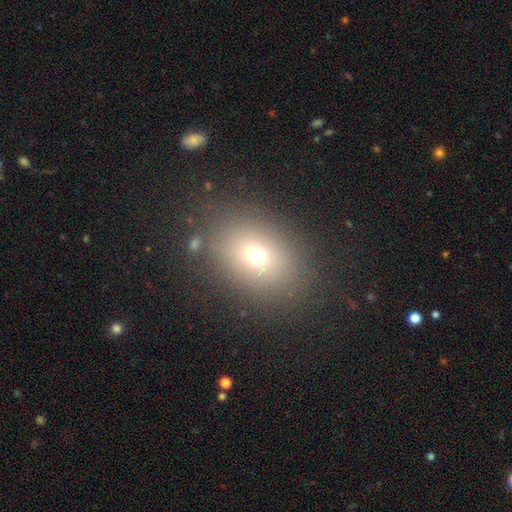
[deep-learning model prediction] Morphology: type=smooth (68%); roundness=in between (61%); merging=none (83%).